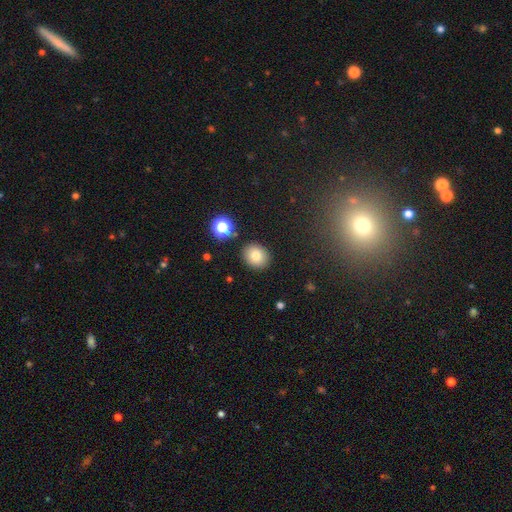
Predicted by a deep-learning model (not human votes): smooth 80%, star or artifact 11%, featured or disk 9%. Down the decision tree: how rounded — round (68%); merging — none (88%).